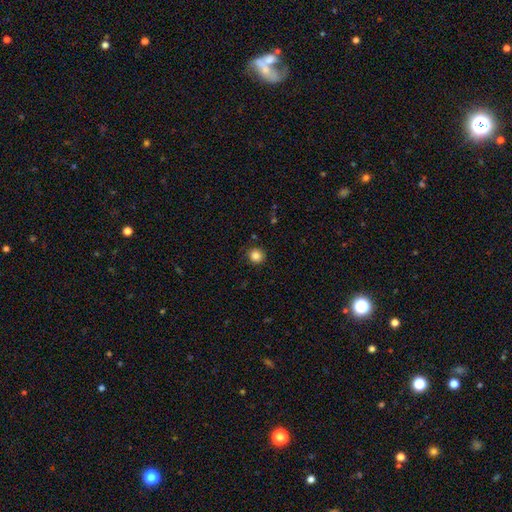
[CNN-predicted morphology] Overall: smooth (85%). How rounded: round (92%). Merging: none (88%).